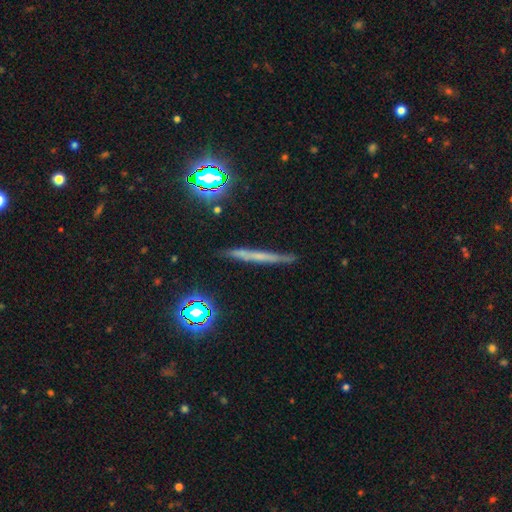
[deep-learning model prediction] smooth_or_featured: featured or disk (p=0.41) [alt: smooth p=0.40]
merging: none (p=0.87) [alt: minor disturbance p=0.09]